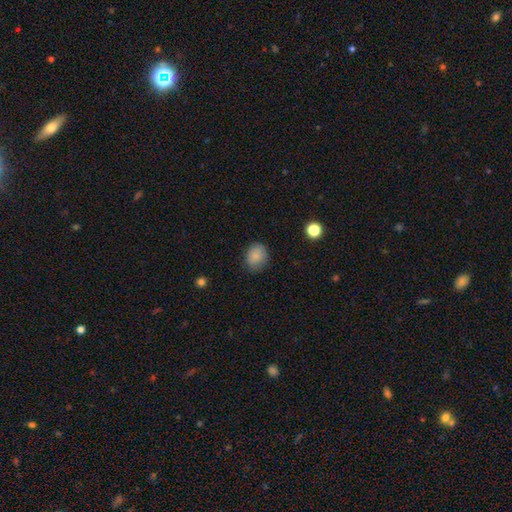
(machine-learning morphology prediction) Overall: smooth (85%). How rounded: round (50%; in between 49%). Merging: none (78%).